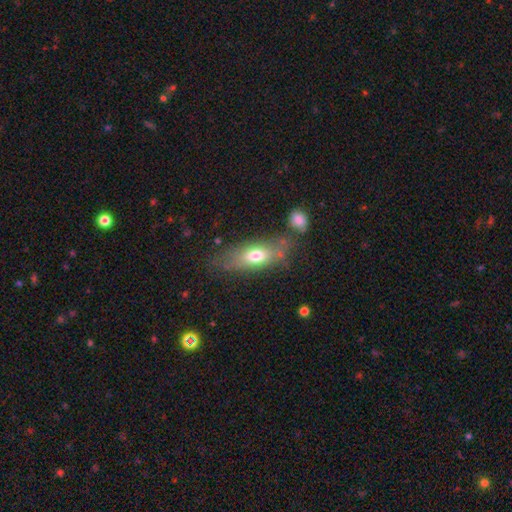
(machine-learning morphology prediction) smooth-or-featured: smooth: 65% | featured or disk: 27% | star or artifact: 9%
  how-rounded: in between: 67% | cigar-shaped: 29% | round: 5%
  merging: none: 66% | minor disturbance: 18% | major disturbance: 9% | merger: 7%